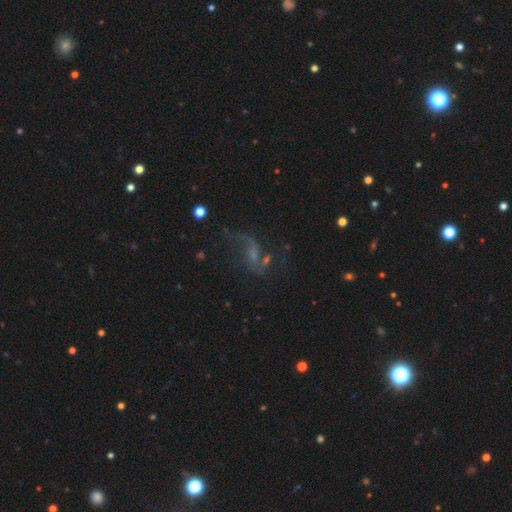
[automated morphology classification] The model was most divided on "bulge size": small: 43%, none: 37%, moderate: 16%, large: 3%, dominant: 2%. Remaining: edge-on disk — no (94%); spiral arms — yes (70%); smooth or featured — featured or disk (57%); bar — no (53%); merging — none (47%).